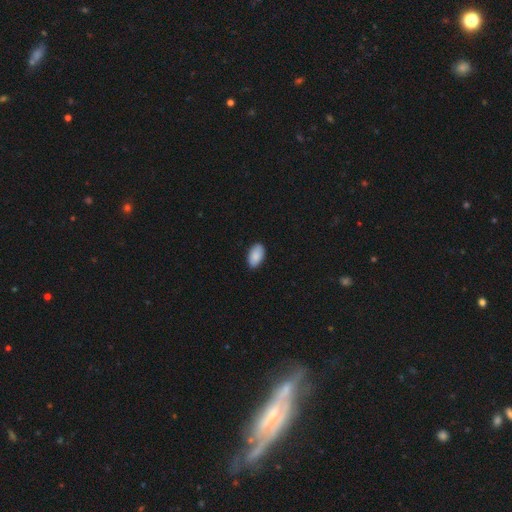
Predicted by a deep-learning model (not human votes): Smooth or featured? smooth (89%)
How rounded? in between (95%)
Merging? none (88%)